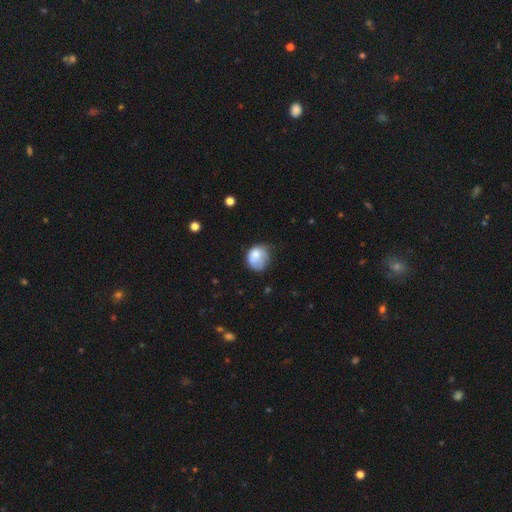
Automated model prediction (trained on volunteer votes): Smooth or featured?
  - smooth: 73% *
  - featured or disk: 19%
  - star or artifact: 8%
How rounded?
  - round: 61% *
  - in between: 39%
  - cigar-shaped: 1%
Merging?
  - none: 38% * (tied)
  - minor disturbance: 38% * (tied)
  - major disturbance: 21%
  - merger: 3%